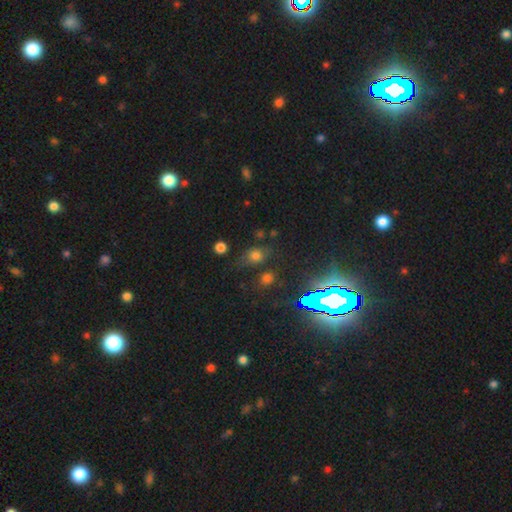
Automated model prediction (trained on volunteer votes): Morphology: type=smooth (61%); roundness=round (50%); merging=none (67%).